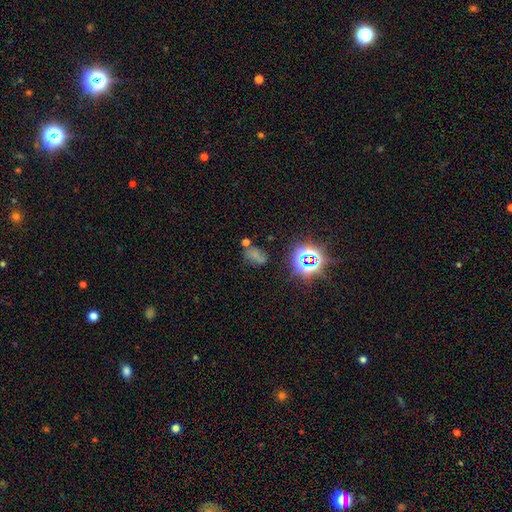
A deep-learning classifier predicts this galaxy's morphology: A smooth galaxy with no disk features (51%) that is in between round and cigar-shaped (80%). Merging: none (50%).